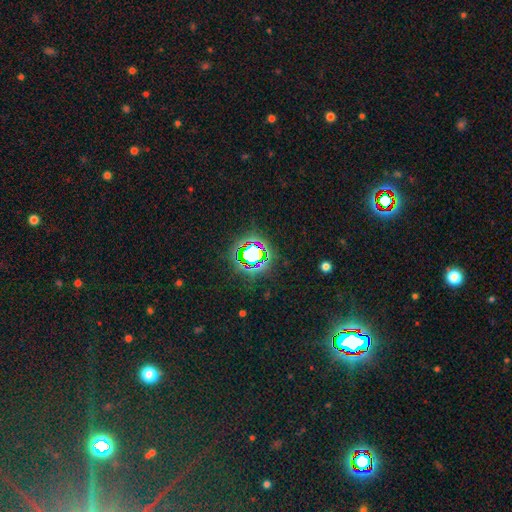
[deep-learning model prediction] Q: Smooth or featured?
A: star or artifact (80%); runner-up: smooth (12%)